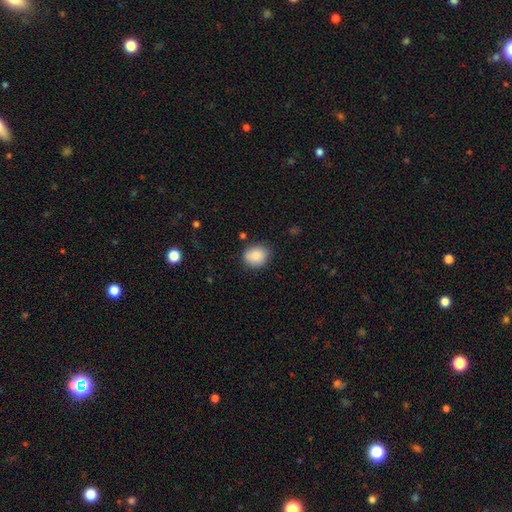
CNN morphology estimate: smooth 85%, star or artifact 8%, featured or disk 6%. Down the decision tree: how rounded — round (71%); merging — none (79%).